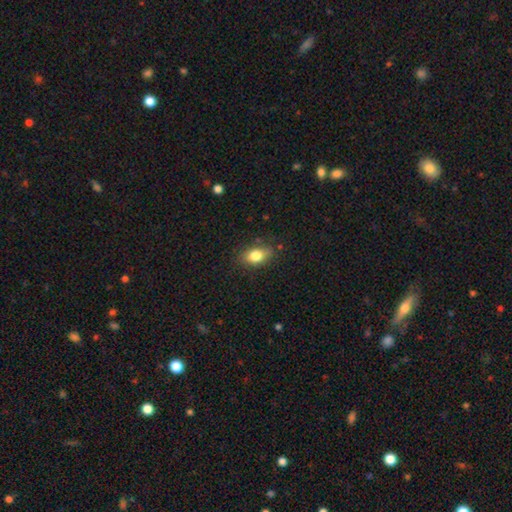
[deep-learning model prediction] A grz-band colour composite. It shows a smooth galaxy with no disk features (80%) that is in between round and cigar-shaped (83%). Merging: none (77%).